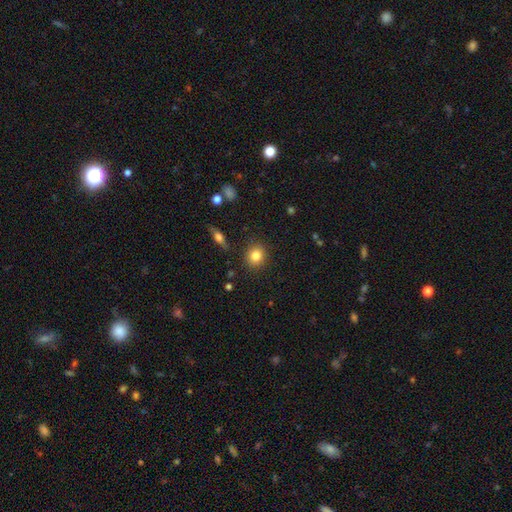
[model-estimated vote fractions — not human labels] Smooth or featured?
  - smooth: 82% *
  - star or artifact: 9%
  - featured or disk: 8%
How rounded?
  - round: 81% *
  - in between: 17%
  - cigar-shaped: 1%
Merging?
  - none: 89% *
  - minor disturbance: 7%
  - major disturbance: 2%
  - merger: 2%